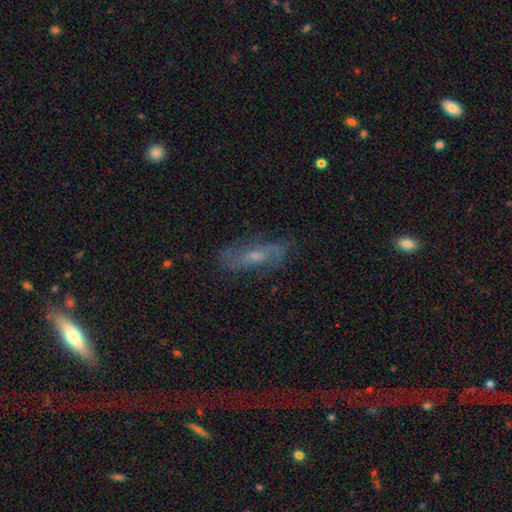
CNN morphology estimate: The model was most divided on "smooth or featured": featured or disk: 64%, smooth: 25%, star or artifact: 11%. More confident: edge-on disk — no (77%); merging — none (74%).